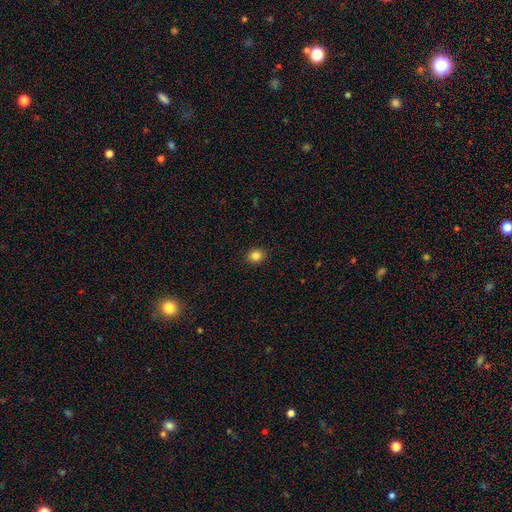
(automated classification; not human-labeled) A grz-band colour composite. It shows a smooth galaxy with no disk features (85%) that is round (77%). Merging: none (91%).